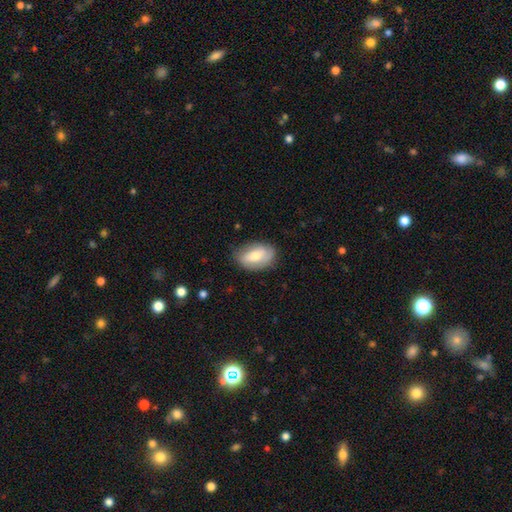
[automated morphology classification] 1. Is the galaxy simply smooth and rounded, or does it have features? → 62% smooth, 32% featured or disk, 7% star or artifact.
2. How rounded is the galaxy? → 89% in between, 9% round, 2% cigar-shaped.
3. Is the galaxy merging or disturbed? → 73% none, 21% minor disturbance, 5% major disturbance, 1% merger.